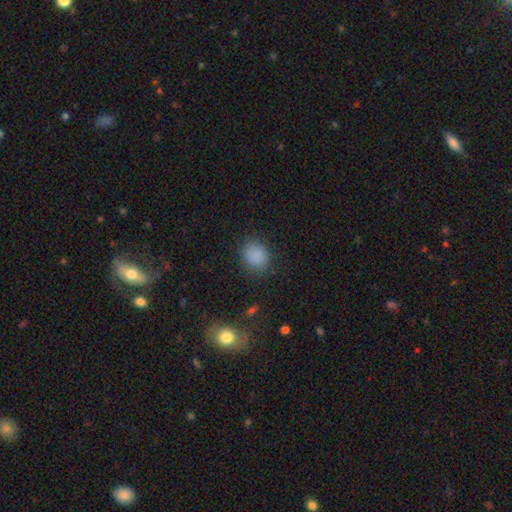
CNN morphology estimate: A smooth galaxy with no disk features (85%) that is round (64%). Merging: none (84%).